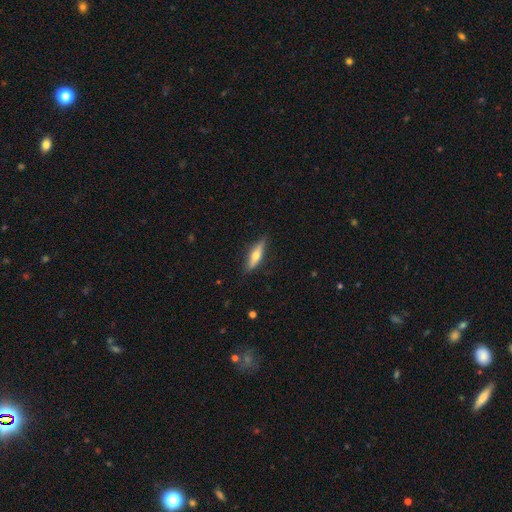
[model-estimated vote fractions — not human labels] A featured or disk galaxy (48%). Merging: none (85%).